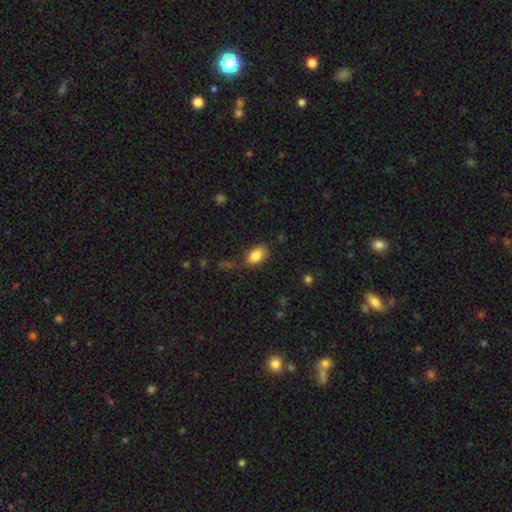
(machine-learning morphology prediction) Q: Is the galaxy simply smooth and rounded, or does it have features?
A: smooth — 86%.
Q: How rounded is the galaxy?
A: in between — 90%.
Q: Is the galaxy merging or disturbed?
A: none — 74%.